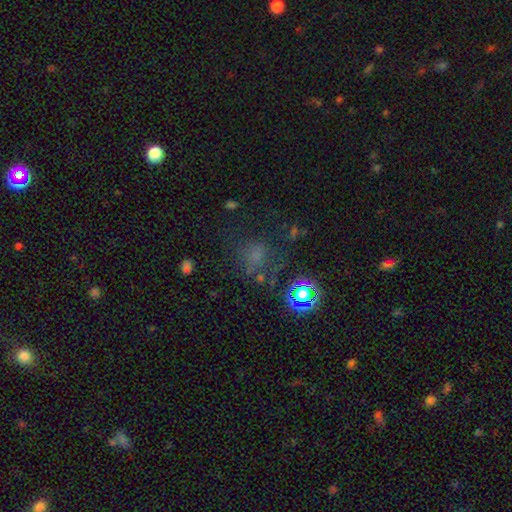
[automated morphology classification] This is possibly a smooth galaxy (52%). How rounded: likely round (73%). Merging: possibly none (59%).